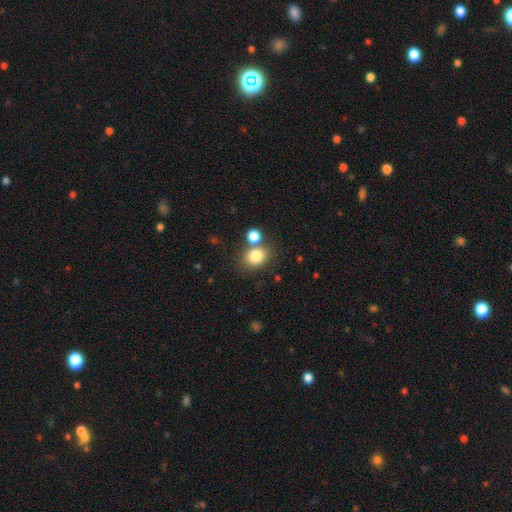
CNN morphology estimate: Q: Smooth or featured?
A: smooth (81%); runner-up: star or artifact (11%)
Q: How rounded?
A: round (66%); runner-up: in between (33%)
Q: Merging?
A: none (63%); runner-up: merger (24%)